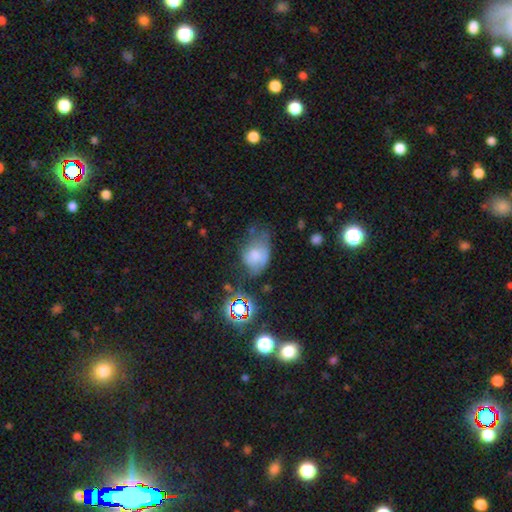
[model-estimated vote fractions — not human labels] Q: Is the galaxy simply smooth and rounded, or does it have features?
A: smooth — 62%.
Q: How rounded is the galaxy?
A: in between — 68%.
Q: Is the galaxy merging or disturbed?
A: minor disturbance — 34%.